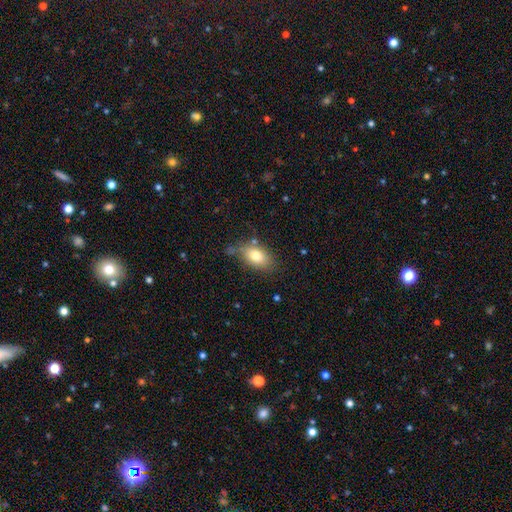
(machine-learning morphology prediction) smooth_or_featured: smooth (p=0.78) [alt: featured or disk p=0.13]
how_rounded: in between (p=0.87) [alt: round p=0.11]
merging: none (p=0.69) [alt: minor disturbance p=0.20]